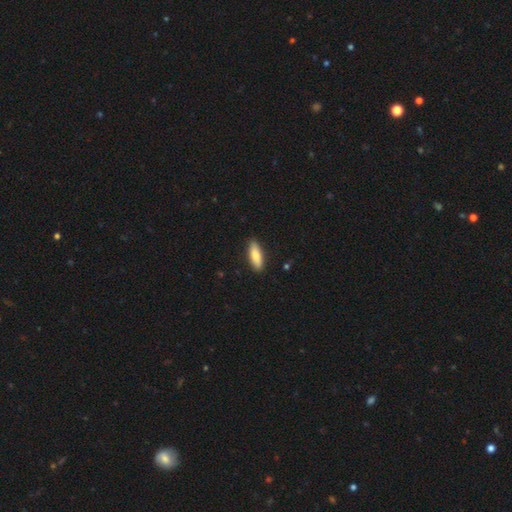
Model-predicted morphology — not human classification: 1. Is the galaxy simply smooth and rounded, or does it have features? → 81% smooth, 13% featured or disk, 6% star or artifact.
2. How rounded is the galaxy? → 58% in between, 40% cigar-shaped, 2% round.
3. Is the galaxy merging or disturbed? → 87% none, 10% minor disturbance, 2% major disturbance, 1% merger.